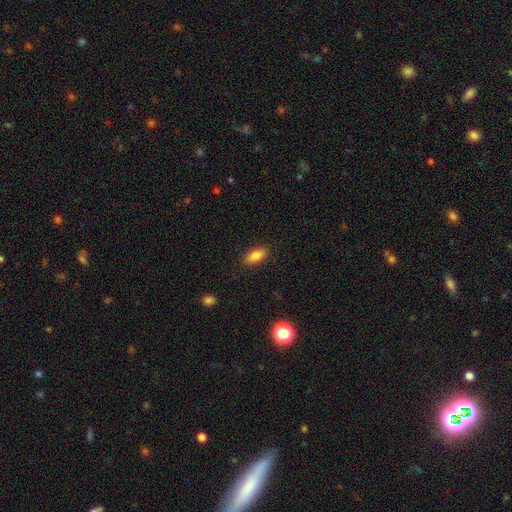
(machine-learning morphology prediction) smooth 82%, featured or disk 10%, star or artifact 8%. Down the decision tree: how rounded — in between (85%); merging — none (88%).